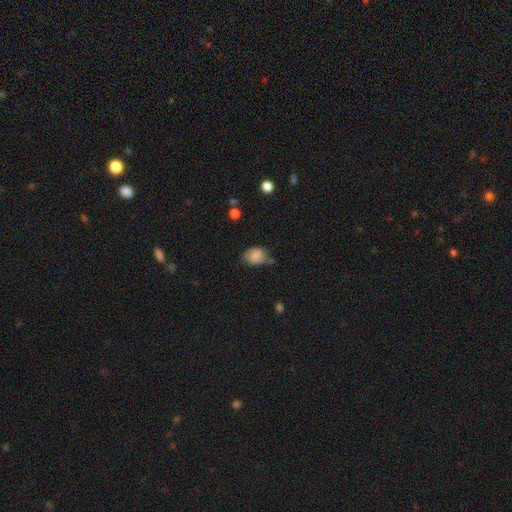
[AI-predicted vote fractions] Smooth or featured?
  - smooth: 77% *
  - featured or disk: 14%
  - star or artifact: 9%
How rounded?
  - in between: 50% *
  - round: 49%
  - cigar-shaped: 1%
Merging?
  - none: 48% *
  - minor disturbance: 37%
  - major disturbance: 10%
  - merger: 5%